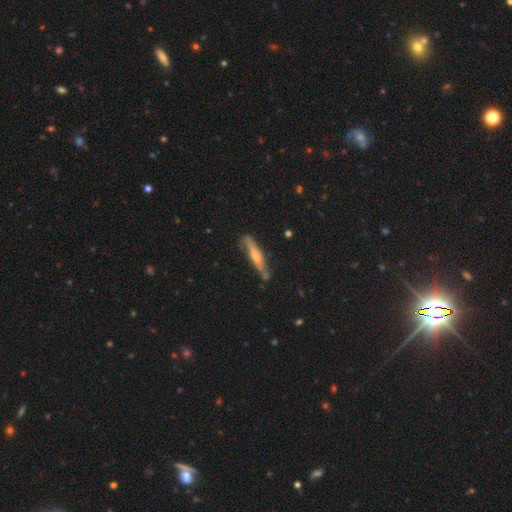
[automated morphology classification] featured or disk 56%, smooth 39%, star or artifact 5%. Down the decision tree: edge-on disk — yes (92%); edge-on bulge — rounded (73%); merging — none (78%).